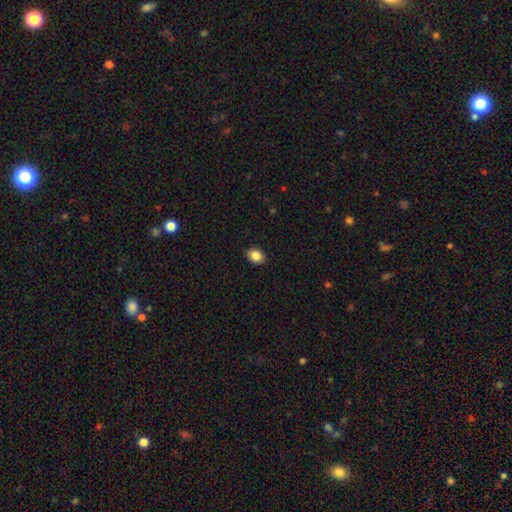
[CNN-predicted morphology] A smooth galaxy with no disk features (87%) that is in between round and cigar-shaped (59%). Merging: none (90%).